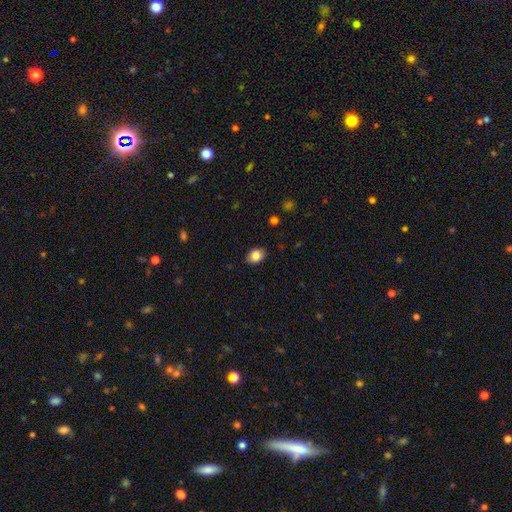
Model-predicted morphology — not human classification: Smooth or featured: smooth — 86% (star or artifact — 9%)
How rounded: in between — 61% (round — 38%)
Merging: none — 88% (minor disturbance — 9%)